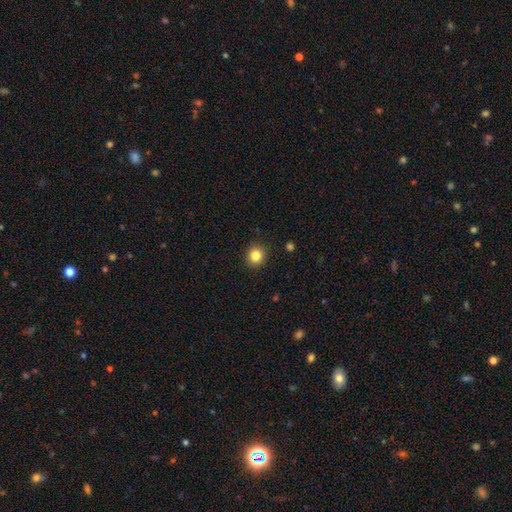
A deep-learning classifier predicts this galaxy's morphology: smooth-or-featured: smooth: 84% | star or artifact: 11% | featured or disk: 5%
  how-rounded: round: 88% | in between: 11% | cigar-shaped: 1%
  merging: none: 92% | minor disturbance: 6% | major disturbance: 2% | merger: 1%